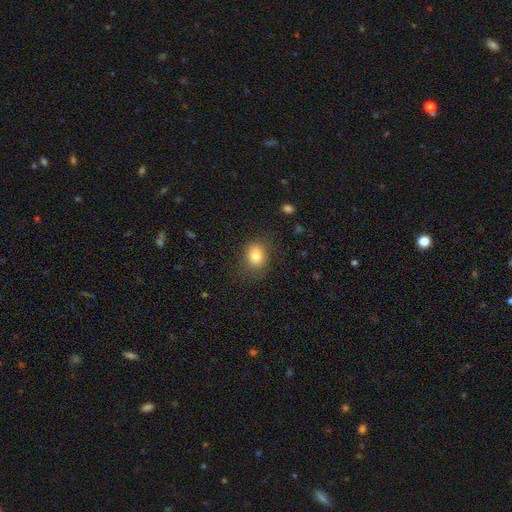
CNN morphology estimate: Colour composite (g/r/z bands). It shows a smooth galaxy with no disk features (82%) that is in between round and cigar-shaped (51%). Merging: none (77%).